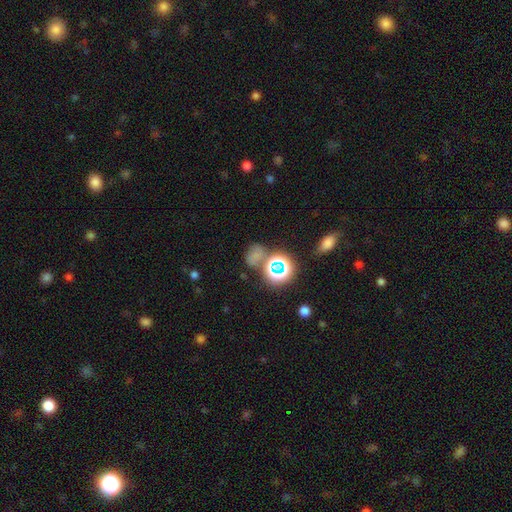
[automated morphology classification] A smooth galaxy with no disk features (53%) that is round (52%).

Vote fractions:
- Smooth or featured? smooth: 53% / star or artifact: 37% / featured or disk: 10%
- How rounded? round: 52% / in between: 46% / cigar-shaped: 2%
- Merging? none: 53% / merger: 19% / minor disturbance: 17% / major disturbance: 11%